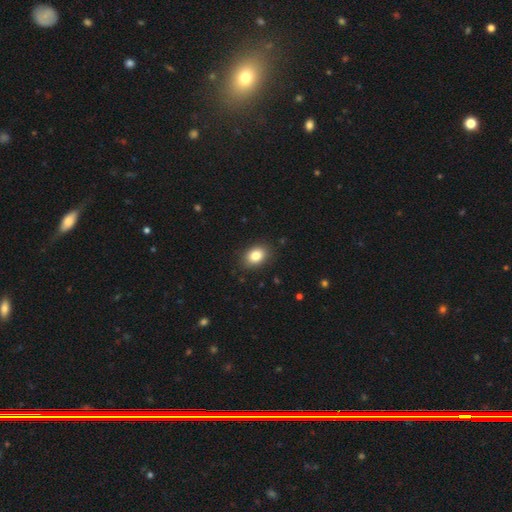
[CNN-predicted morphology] type=smooth (84%); roundness=in between (72%); merging=none (87%).